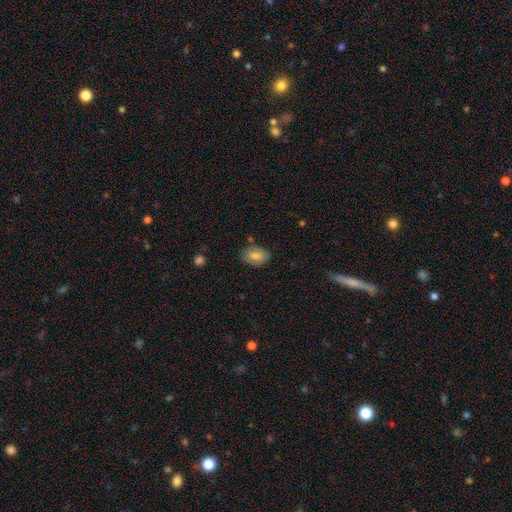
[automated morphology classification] The model was most divided on "smooth or featured": smooth: 78%, featured or disk: 14%, star or artifact: 7%. More confident: how rounded — in between (86%); merging — none (79%).